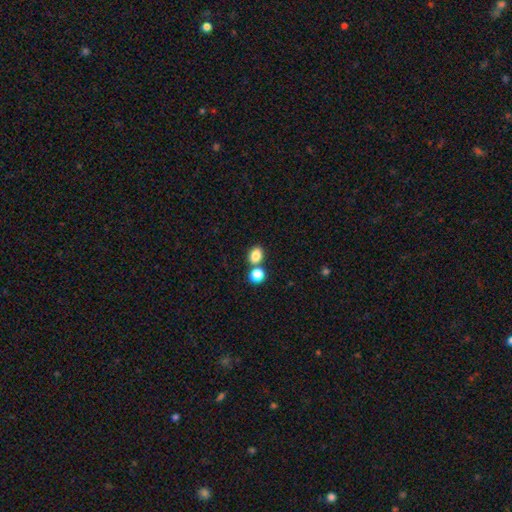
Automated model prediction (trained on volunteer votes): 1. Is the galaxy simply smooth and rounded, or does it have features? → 83% smooth, 11% star or artifact, 6% featured or disk.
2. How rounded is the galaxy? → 57% in between, 42% round, 1% cigar-shaped.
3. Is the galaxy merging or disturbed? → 62% none, 27% merger, 9% minor disturbance, 3% major disturbance.